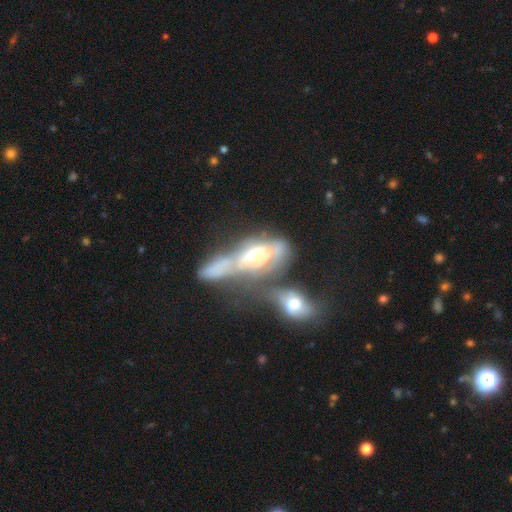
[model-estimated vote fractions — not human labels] Smooth or featured? featured or disk (67%)
Edge-on disk? no (77%)
Bar? no (65%)
Spiral arms? yes (51%)
Bulge size? moderate (62%)
Merging? merger (59%)